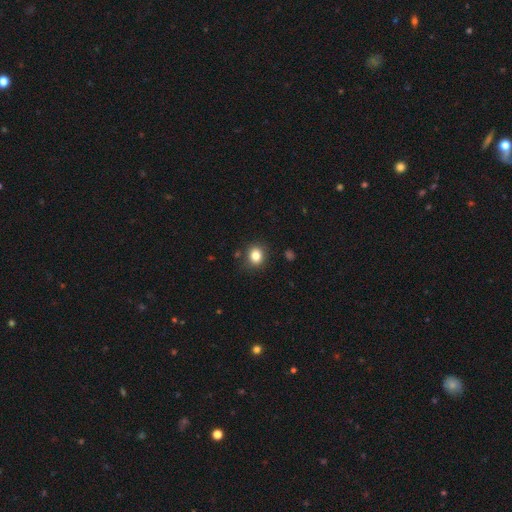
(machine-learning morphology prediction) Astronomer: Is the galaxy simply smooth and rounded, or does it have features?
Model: smooth — 83%.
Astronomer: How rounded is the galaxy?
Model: round — 68%.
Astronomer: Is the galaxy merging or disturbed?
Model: none — 85%.